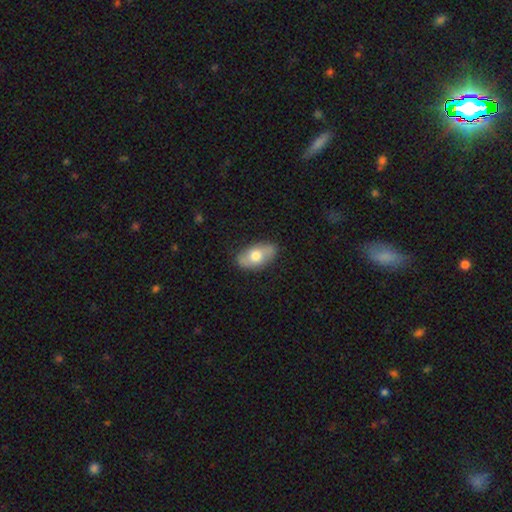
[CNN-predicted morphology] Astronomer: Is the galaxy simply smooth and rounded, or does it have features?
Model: smooth — 62%.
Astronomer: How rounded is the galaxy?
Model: in between — 92%.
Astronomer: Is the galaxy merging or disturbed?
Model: none — 82%.